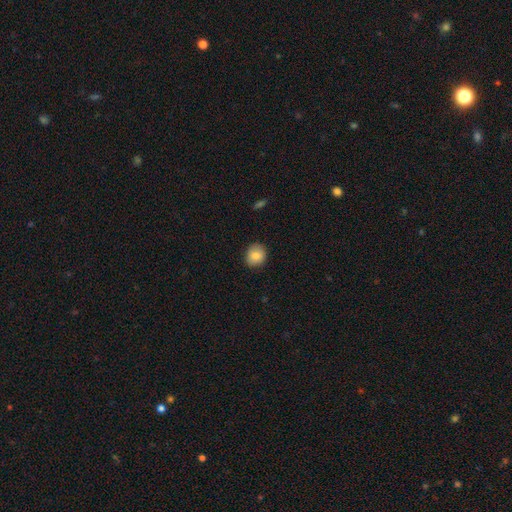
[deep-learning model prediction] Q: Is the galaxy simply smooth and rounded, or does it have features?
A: smooth — 82%.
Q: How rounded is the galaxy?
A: round — 78%.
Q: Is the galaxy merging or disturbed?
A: none — 88%.